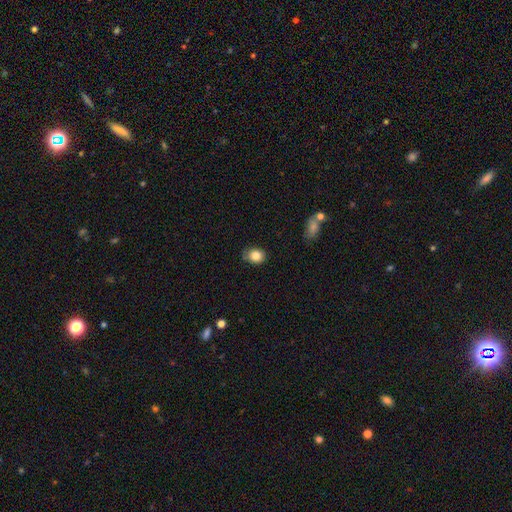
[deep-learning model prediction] A smooth galaxy with no disk features (84%) that is round (58%). Merging: none (77%).